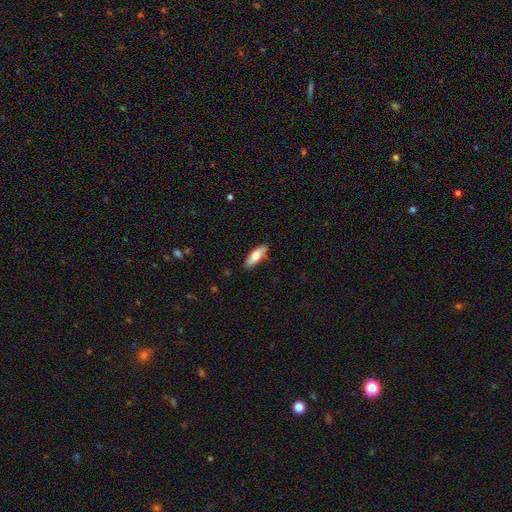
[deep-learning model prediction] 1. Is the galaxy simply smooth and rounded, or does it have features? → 74% smooth, 20% featured or disk, 6% star or artifact.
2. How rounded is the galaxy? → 63% in between, 35% cigar-shaped, 2% round.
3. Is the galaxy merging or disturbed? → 85% none, 12% minor disturbance, 2% major disturbance, 1% merger.